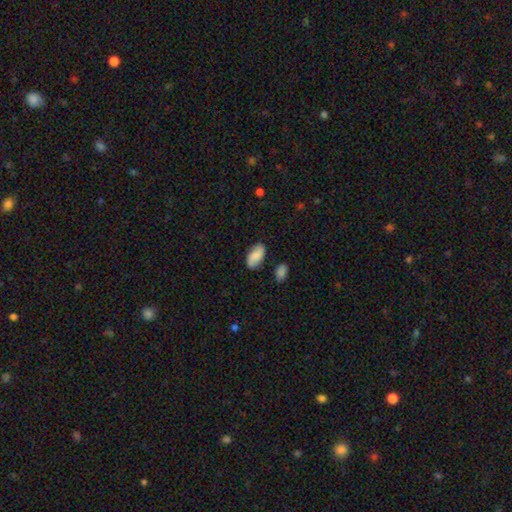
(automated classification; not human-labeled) This appears to be a smooth galaxy with no disk features (76%) that is in between round and cigar-shaped (94%). Merging: none (80%).